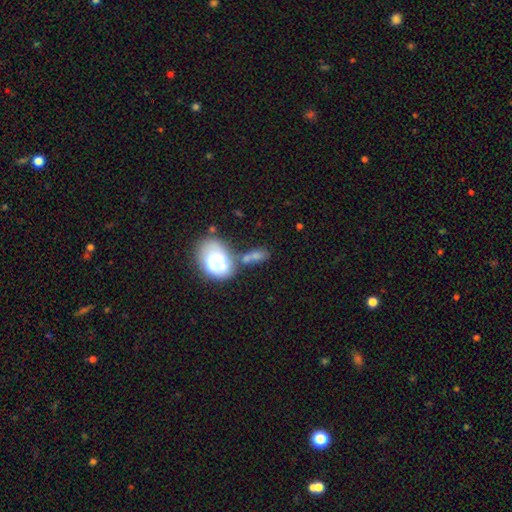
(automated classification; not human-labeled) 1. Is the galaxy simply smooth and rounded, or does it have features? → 64% smooth, 26% featured or disk, 10% star or artifact.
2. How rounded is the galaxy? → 78% in between, 14% round, 8% cigar-shaped.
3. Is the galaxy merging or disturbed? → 43% merger, 30% none, 15% minor disturbance, 12% major disturbance.